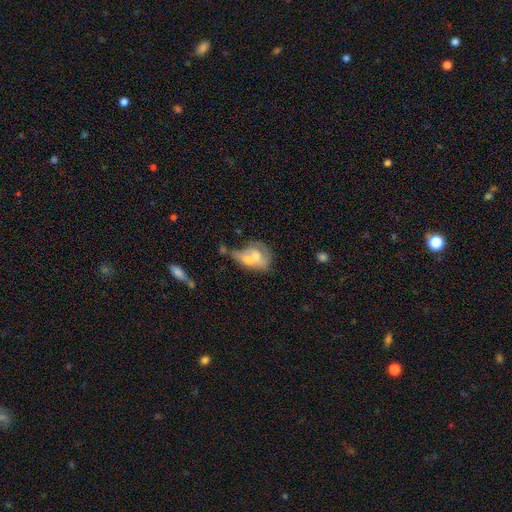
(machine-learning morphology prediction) smooth 54%, featured or disk 39%, star or artifact 7%. Down the decision tree: how rounded — in between (64%); merging — merger (67%).